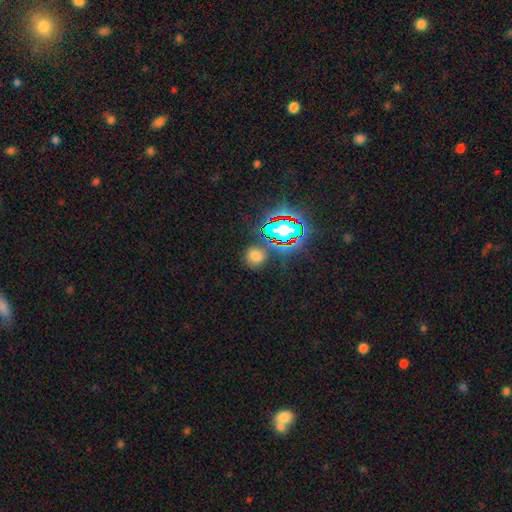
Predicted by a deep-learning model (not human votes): Smooth or featured: smooth — 59% (star or artifact — 32%)
How rounded: round — 79% (in between — 19%)
Merging: none — 76% (minor disturbance — 13%)